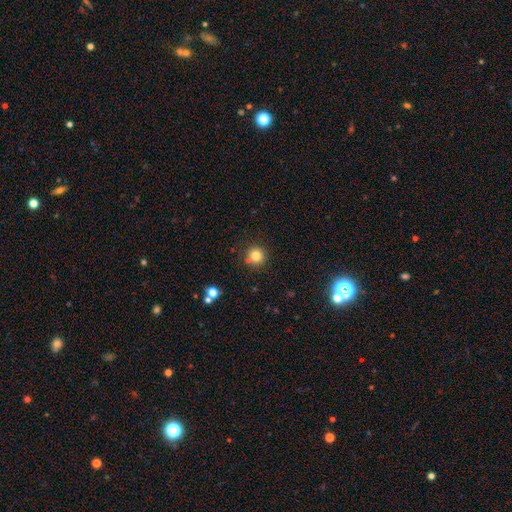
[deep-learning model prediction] A smooth galaxy with no disk features (81%) that is round (93%). Merging: none (81%).